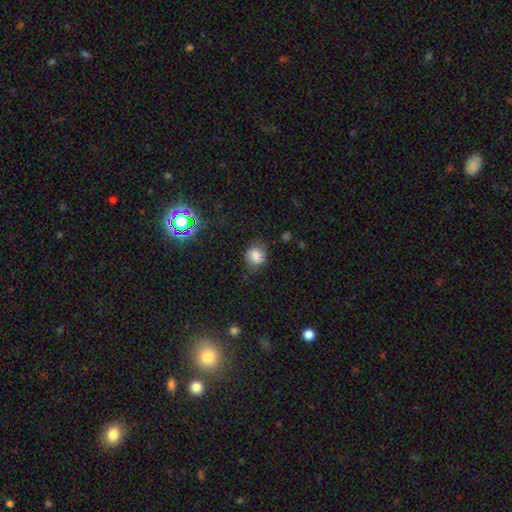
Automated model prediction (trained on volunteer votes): Overall: smooth (74%). How rounded: round (51%; in between 47%). Merging: none (67%).